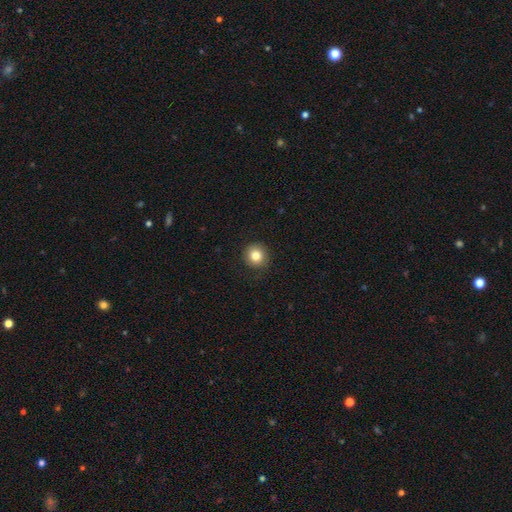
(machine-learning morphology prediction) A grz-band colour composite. It shows a smooth galaxy with no disk features (83%) that is round (91%). Merging: none (87%).